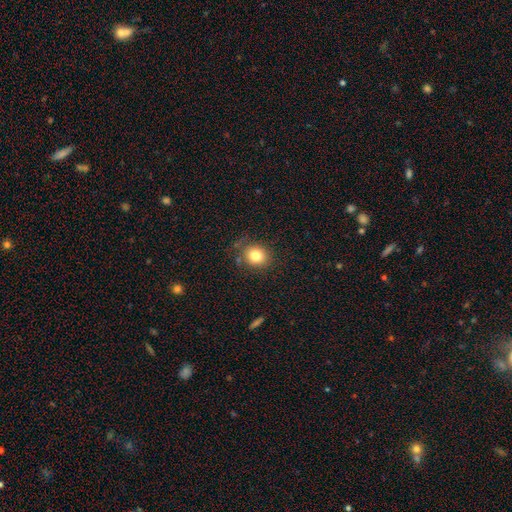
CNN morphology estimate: Smooth or featured? smooth (79%)
How rounded? round (76%)
Merging? none (77%)